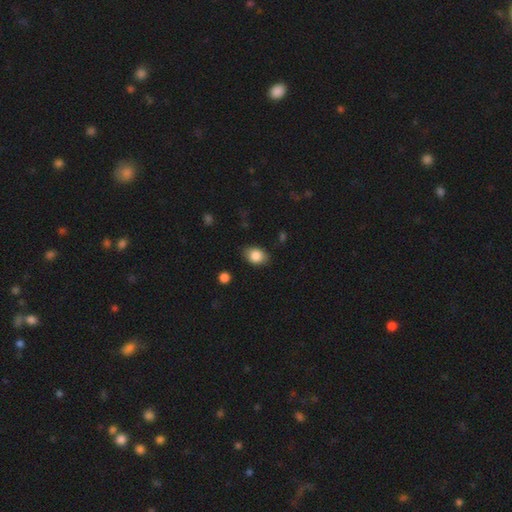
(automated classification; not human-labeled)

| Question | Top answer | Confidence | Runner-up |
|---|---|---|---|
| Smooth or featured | smooth | 85% | star or artifact (8%) |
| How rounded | in between | 74% | round (24%) |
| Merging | none | 81% | minor disturbance (15%) |